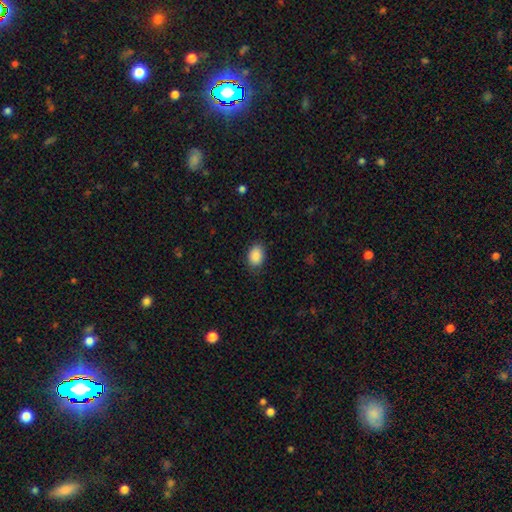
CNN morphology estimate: smooth-or-featured: smooth: 89% | star or artifact: 7% | featured or disk: 4%
  how-rounded: in between: 83% | round: 16% | cigar-shaped: 1%
  merging: none: 82% | minor disturbance: 14% | major disturbance: 3% | merger: 1%